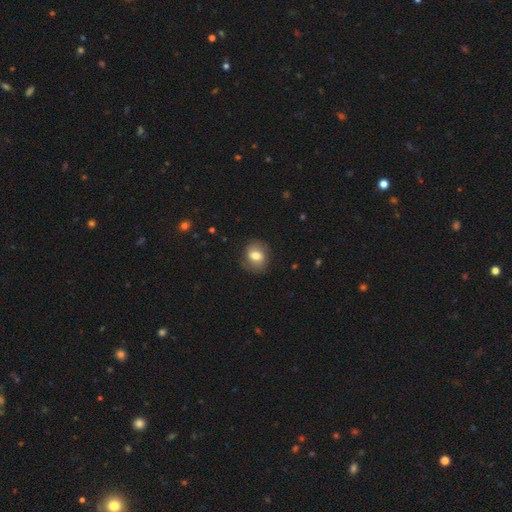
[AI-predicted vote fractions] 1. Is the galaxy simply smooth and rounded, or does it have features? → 69% smooth, 23% featured or disk, 8% star or artifact.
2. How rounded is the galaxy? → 55% round, 44% in between, 1% cigar-shaped.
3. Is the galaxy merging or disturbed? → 78% none, 16% minor disturbance, 6% major disturbance, 1% merger.